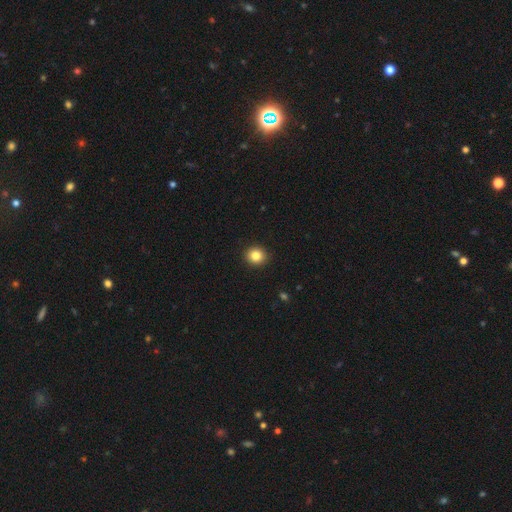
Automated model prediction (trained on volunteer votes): A smooth galaxy with no disk features (84%) that is round (86%). Merging: none (93%).